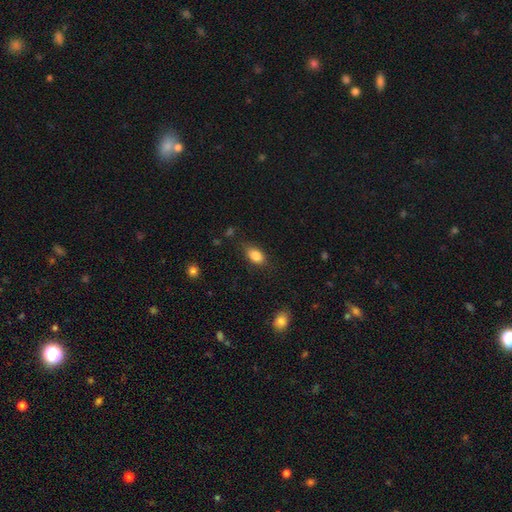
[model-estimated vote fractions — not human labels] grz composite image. It shows a smooth galaxy with no disk features (85%) that is in between round and cigar-shaped (88%). Merging: none (76%).